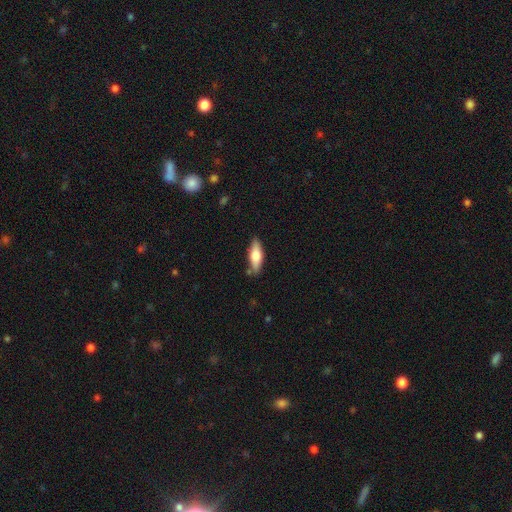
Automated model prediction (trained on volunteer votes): Smooth or featured?
  - smooth: 65% *
  - featured or disk: 29%
  - star or artifact: 6%
How rounded?
  - in between: 57% *
  - cigar-shaped: 41%
  - round: 2%
Merging?
  - none: 80% *
  - minor disturbance: 14%
  - merger: 3%
  - major disturbance: 3%